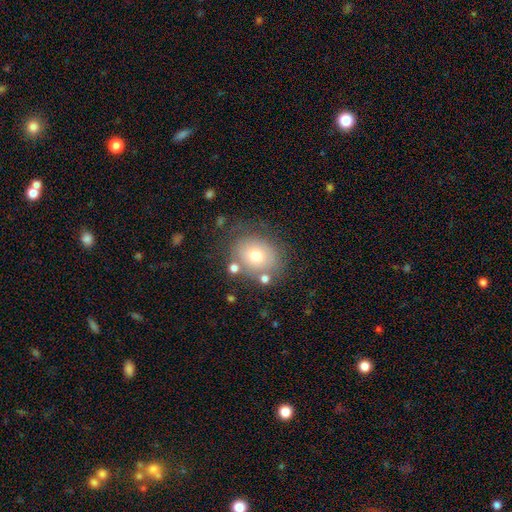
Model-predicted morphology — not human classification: Smooth or featured? Predicted: smooth (p=0.67). How rounded? Predicted: round (p=0.62). Merging? Predicted: none (p=0.67).